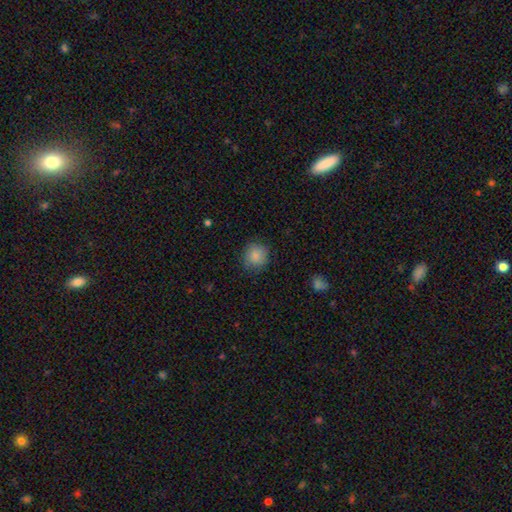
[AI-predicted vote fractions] A smooth galaxy with no disk features (87%) that is round (87%).

Vote fractions:
- Smooth or featured? smooth: 87% / star or artifact: 8% / featured or disk: 5%
- How rounded? round: 87% / in between: 12% / cigar-shaped: 1%
- Merging? none: 82% / minor disturbance: 13% / major disturbance: 3% / merger: 1%